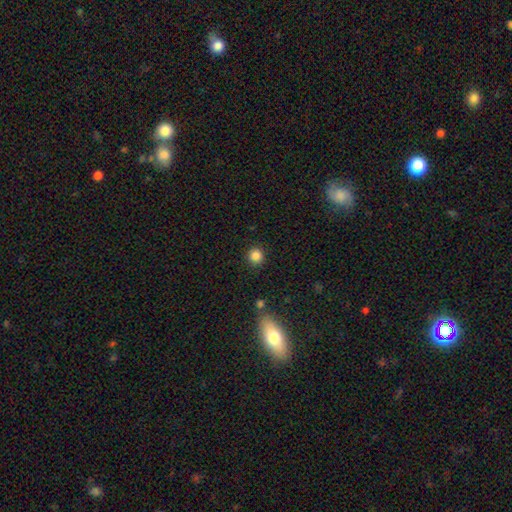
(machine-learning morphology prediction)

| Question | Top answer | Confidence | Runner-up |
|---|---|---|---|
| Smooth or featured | smooth | 85% | star or artifact (12%) |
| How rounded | round | 93% | in between (6%) |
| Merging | none | 89% | minor disturbance (6%) |